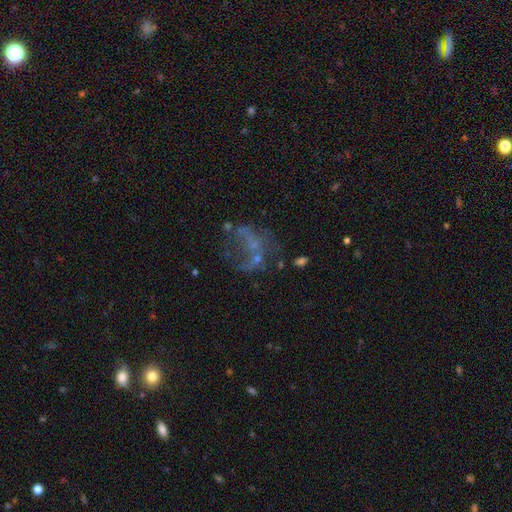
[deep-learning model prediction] smooth_or_featured: featured or disk (p=0.54) [alt: star or artifact p=0.24]
disk_edge_on: no (p=0.97) [alt: yes p=0.03]
bar: no (p=0.83) [alt: weak p=0.13]
has_spiral_arms: no (p=0.81) [alt: yes p=0.19]
bulge_size: none (p=0.63) [alt: small p=0.27]
merging: major disturbance (p=0.37) [alt: none p=0.36]